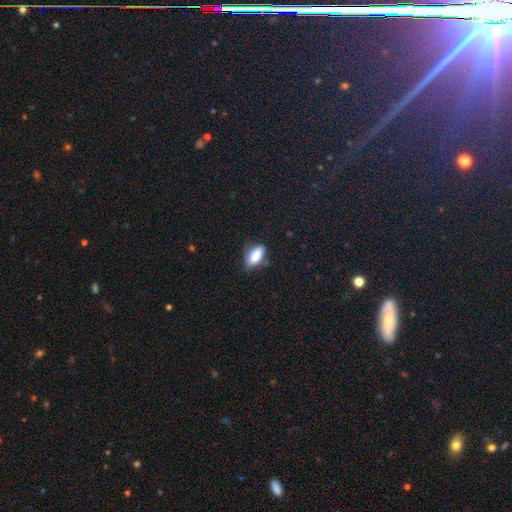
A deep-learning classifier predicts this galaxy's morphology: type=smooth (83%); roundness=in between (86%); merging=none (64%).